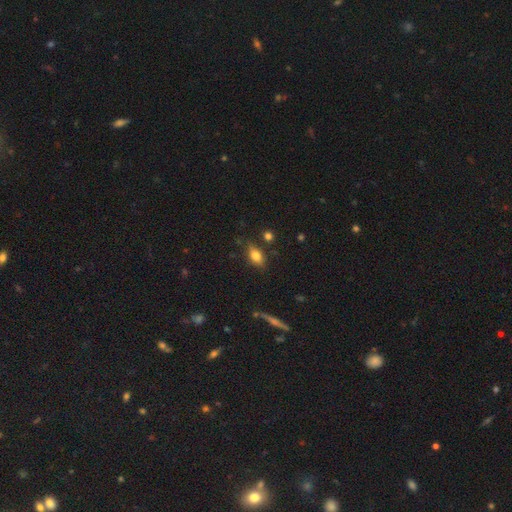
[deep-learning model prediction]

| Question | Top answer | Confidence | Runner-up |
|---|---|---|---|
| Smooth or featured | smooth | 75% | featured or disk (16%) |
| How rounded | in between | 80% | round (12%) |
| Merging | none | 77% | minor disturbance (15%) |